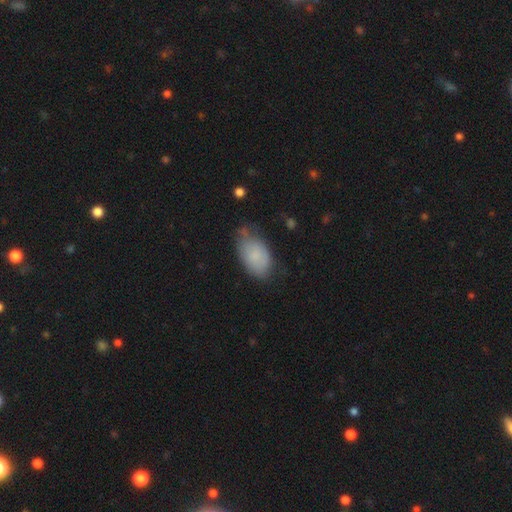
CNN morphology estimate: A smooth galaxy with no disk features (79%) that is in between round and cigar-shaped (93%). Merging: none (54%).